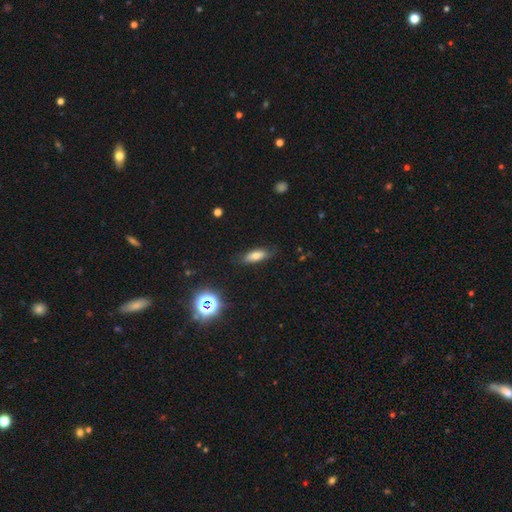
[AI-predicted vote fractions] Overall: smooth (70%). How rounded: in between (69%). Merging: none (78%).